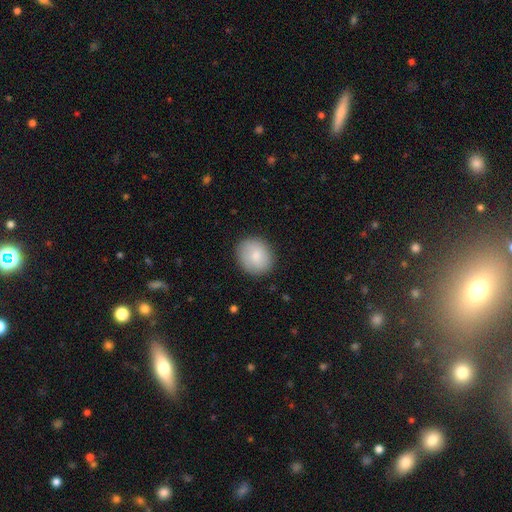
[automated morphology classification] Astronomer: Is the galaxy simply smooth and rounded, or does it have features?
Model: smooth — 83%.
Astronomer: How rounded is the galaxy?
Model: round — 74%.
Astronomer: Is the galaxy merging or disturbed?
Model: none — 86%.